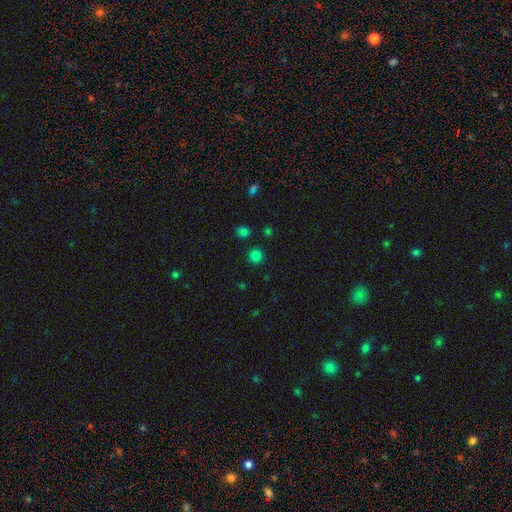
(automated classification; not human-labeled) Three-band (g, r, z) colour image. It shows a smooth galaxy with no disk features (81%) that is round (93%). Merging: none (89%).